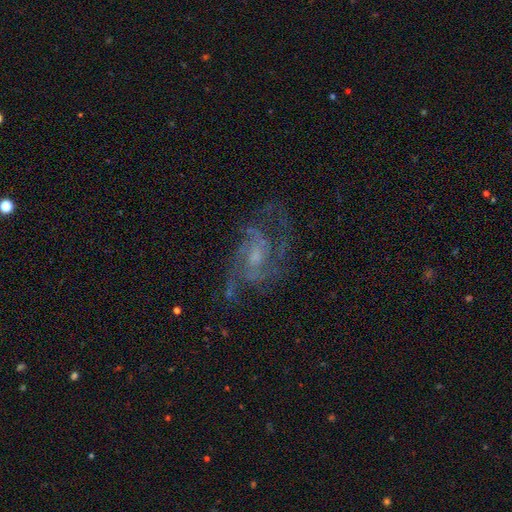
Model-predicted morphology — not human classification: Smooth or featured? Predicted: featured or disk (p=0.82). Edge-on disk? Predicted: no (p=0.97). Bar? Predicted: no (p=0.55). Spiral arms? Predicted: yes (p=0.93). Spiral winding? Predicted: medium (p=0.52). Spiral arm count? Predicted: 2 (p=0.32). Bulge size? Predicted: small (p=0.48). Merging? Predicted: none (p=0.62).